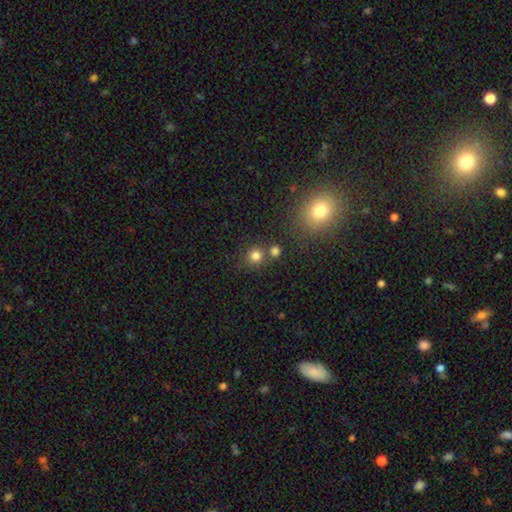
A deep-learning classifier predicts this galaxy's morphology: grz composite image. It shows a smooth galaxy with no disk features (78%) that is round (91%). Merging: none (71%).